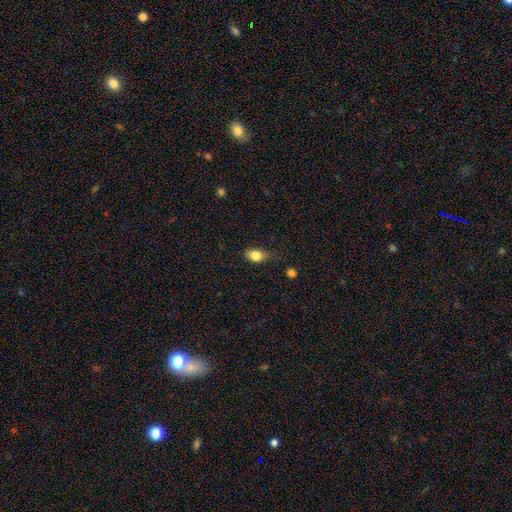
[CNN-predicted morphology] Smooth or featured?
  - smooth: 84% *
  - star or artifact: 9%
  - featured or disk: 7%
How rounded?
  - in between: 81% *
  - round: 17%
  - cigar-shaped: 2%
Merging?
  - none: 63% *
  - minor disturbance: 29%
  - major disturbance: 7%
  - merger: 2%